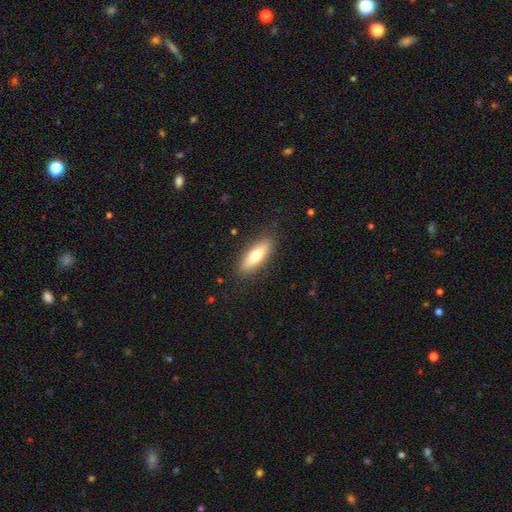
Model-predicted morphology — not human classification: Q: Smooth or featured?
A: smooth (69%); runner-up: featured or disk (25%)
Q: How rounded?
A: in between (60%); runner-up: cigar-shaped (38%)
Q: Merging?
A: none (87%); runner-up: minor disturbance (9%)